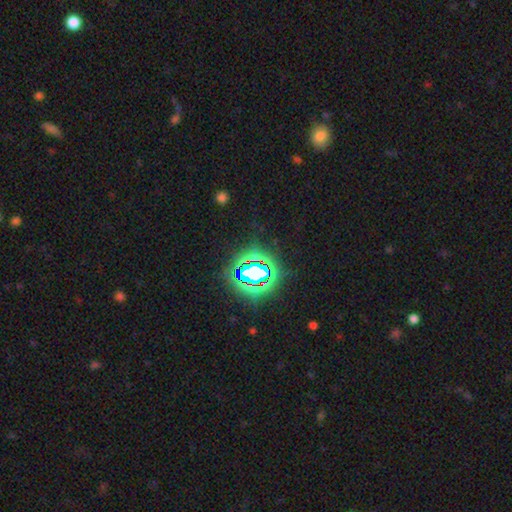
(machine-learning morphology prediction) Q: Smooth or featured?
A: star or artifact (79%); runner-up: smooth (14%)